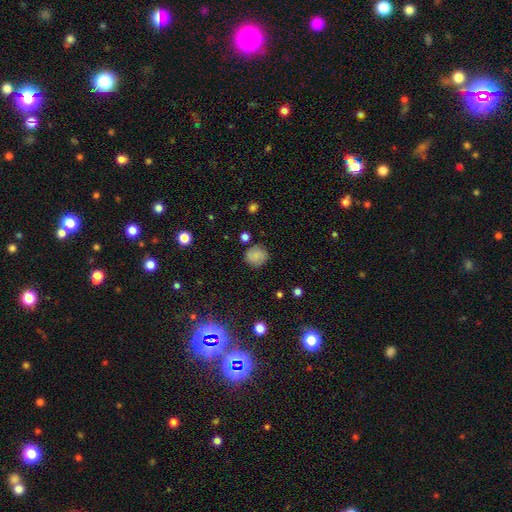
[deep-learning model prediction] smooth 78%, star or artifact 11%, featured or disk 10%. Down the decision tree: how rounded — round (84%); merging — none (82%).